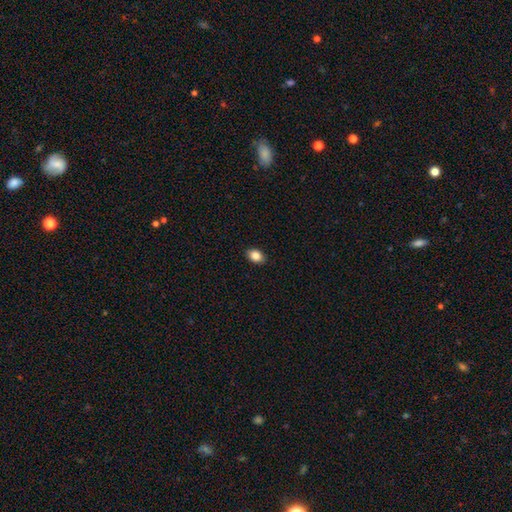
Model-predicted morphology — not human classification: This appears to be a smooth galaxy with no disk features (86%) that is in between round and cigar-shaped (77%). Merging: none (90%).